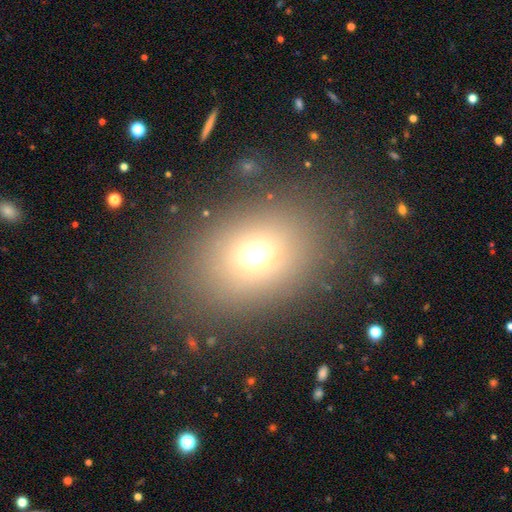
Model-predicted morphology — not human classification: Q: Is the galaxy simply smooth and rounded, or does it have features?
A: smooth — 67%.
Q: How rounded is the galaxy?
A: in between — 54%.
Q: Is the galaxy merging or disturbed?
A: none — 83%.